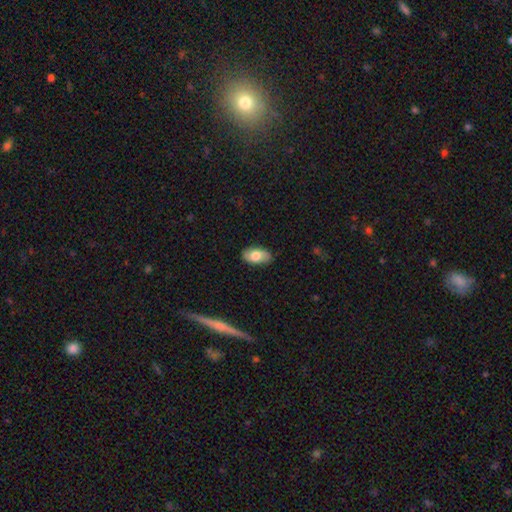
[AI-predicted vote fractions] Q: Smooth or featured?
A: smooth (71%); runner-up: featured or disk (23%)
Q: How rounded?
A: in between (93%); runner-up: round (5%)
Q: Merging?
A: none (84%); runner-up: minor disturbance (12%)